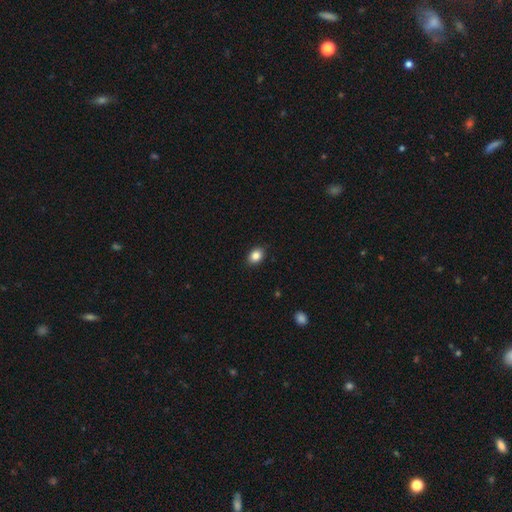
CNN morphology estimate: Smooth or featured? Predicted: smooth (p=0.85). How rounded? Predicted: in between (p=0.72). Merging? Predicted: none (p=0.89).